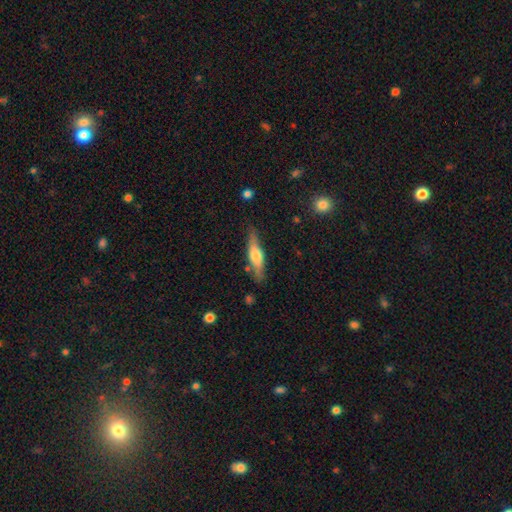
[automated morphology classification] Overall: featured or disk (53%; smooth 42%). Edge-on disk: yes (91%). Merging: none (80%).